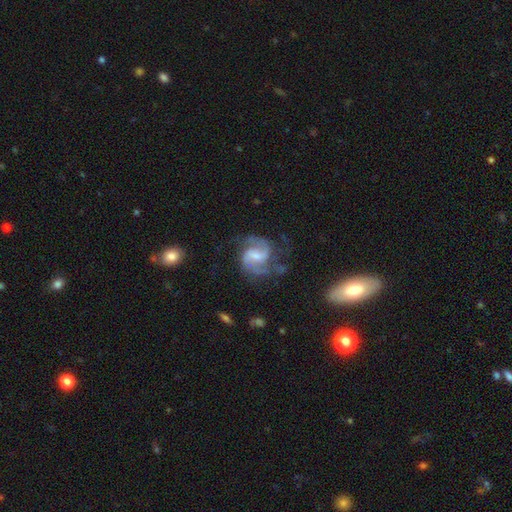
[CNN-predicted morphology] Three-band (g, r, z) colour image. It shows a featured or disk galaxy (86%) with a weak bar (57%), 2 (79%) medium (56%) spiral arms (96%) and a small central bulge (45%). Merging: none (60%).